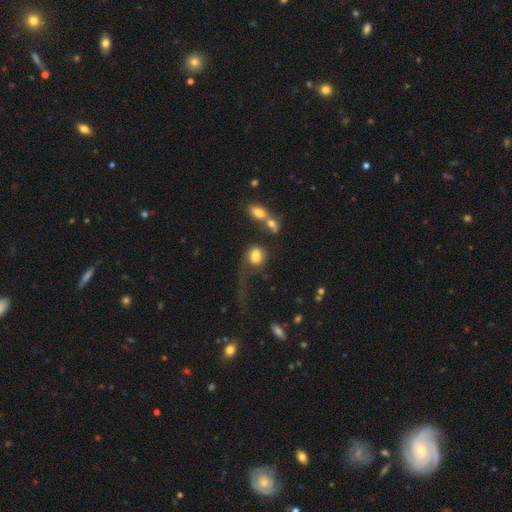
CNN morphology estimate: A smooth galaxy with no disk features (78%) that is in between round and cigar-shaped (50%).

Vote fractions:
- Smooth or featured? smooth: 78% / featured or disk: 13% / star or artifact: 9%
- How rounded? in between: 50% / round: 48% / cigar-shaped: 2%
- Merging? major disturbance: 35% / none: 29% / merger: 21% / minor disturbance: 15%